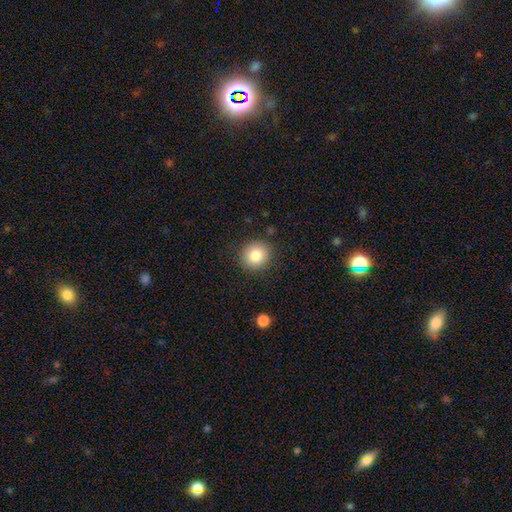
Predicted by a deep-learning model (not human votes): Smooth or featured? Predicted: smooth (p=0.83). How rounded? Predicted: round (p=0.88). Merging? Predicted: none (p=0.88).